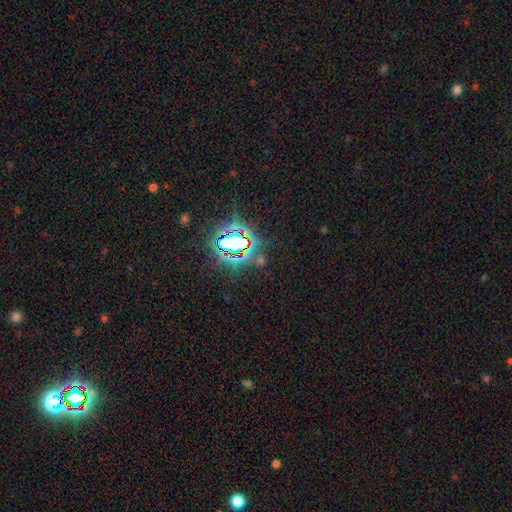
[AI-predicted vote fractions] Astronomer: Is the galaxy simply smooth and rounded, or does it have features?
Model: star or artifact — 82%.